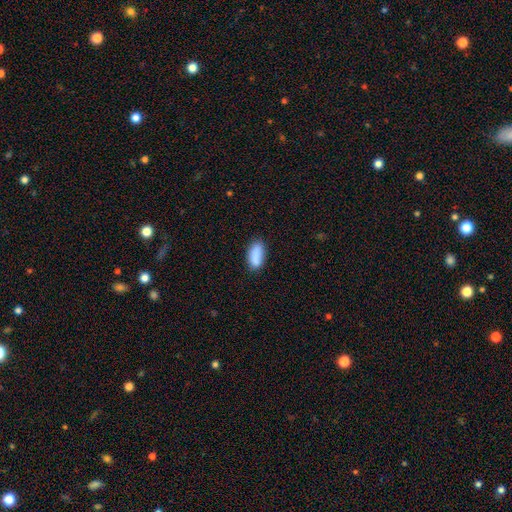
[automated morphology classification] Smooth or featured? smooth (87%)
How rounded? in between (83%)
Merging? none (79%)